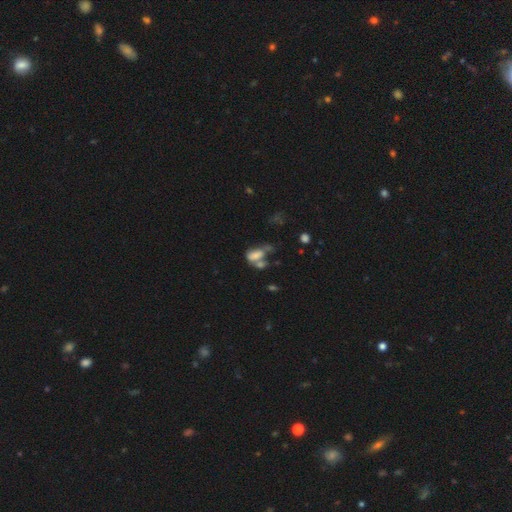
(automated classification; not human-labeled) Smooth or featured? Predicted: smooth (p=0.61). How rounded? Predicted: in between (p=0.85). Merging? Predicted: merger (p=0.45).